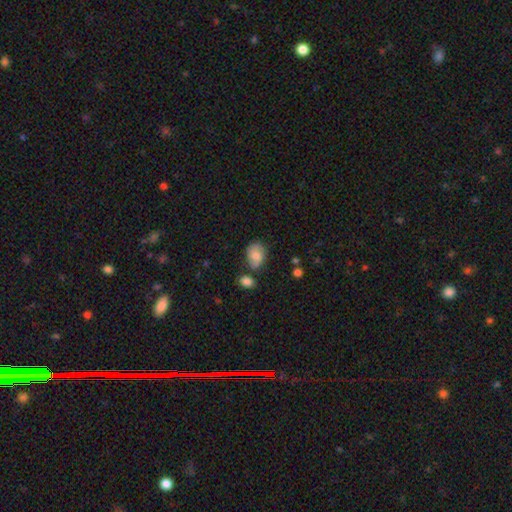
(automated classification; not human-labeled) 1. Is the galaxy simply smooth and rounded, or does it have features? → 70% smooth, 22% featured or disk, 8% star or artifact.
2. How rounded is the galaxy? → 70% in between, 29% round, 1% cigar-shaped.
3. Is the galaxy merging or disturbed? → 62% none, 22% minor disturbance, 10% merger, 6% major disturbance.